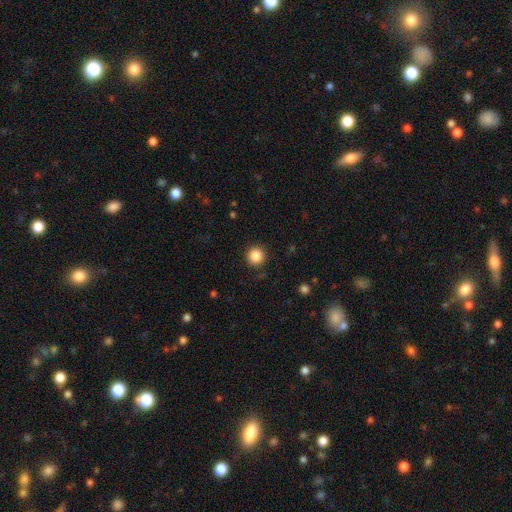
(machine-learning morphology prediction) The model was most divided on "smooth or featured": smooth: 86%, star or artifact: 10%, featured or disk: 4%. More confident: how rounded — round (96%); merging — none (91%).